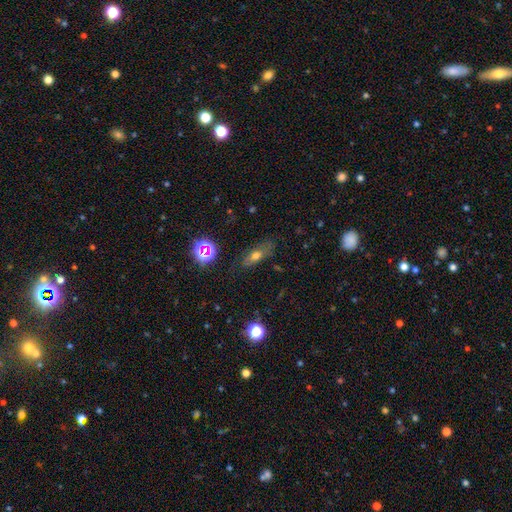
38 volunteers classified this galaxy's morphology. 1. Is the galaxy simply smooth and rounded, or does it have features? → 63% smooth, 29% featured or disk, 8% star or artifact.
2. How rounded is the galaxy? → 67% in between, 21% round, 12% cigar-shaped.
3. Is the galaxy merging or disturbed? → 63% none, 31% minor disturbance, 6% major disturbance, 0% merger.